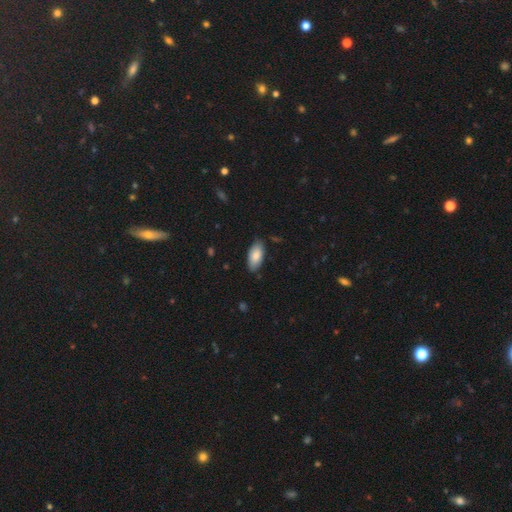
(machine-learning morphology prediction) smooth_or_featured: smooth (p=0.83) [alt: featured or disk p=0.11]
how_rounded: in between (p=0.93) [alt: cigar-shaped p=0.06]
merging: none (p=0.81) [alt: minor disturbance p=0.15]